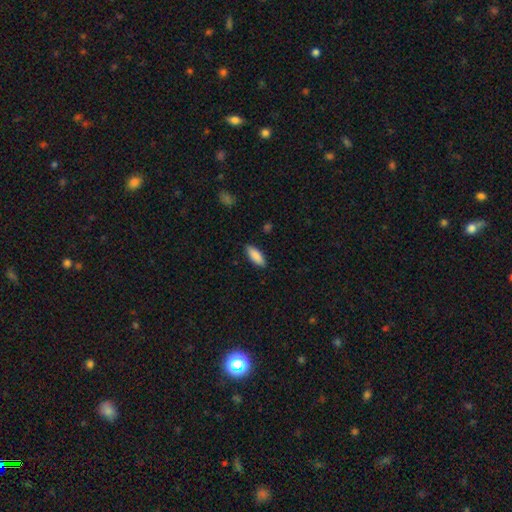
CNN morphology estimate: Smooth or featured? Predicted: smooth (p=0.88). How rounded? Predicted: in between (p=0.69). Merging? Predicted: none (p=0.88).